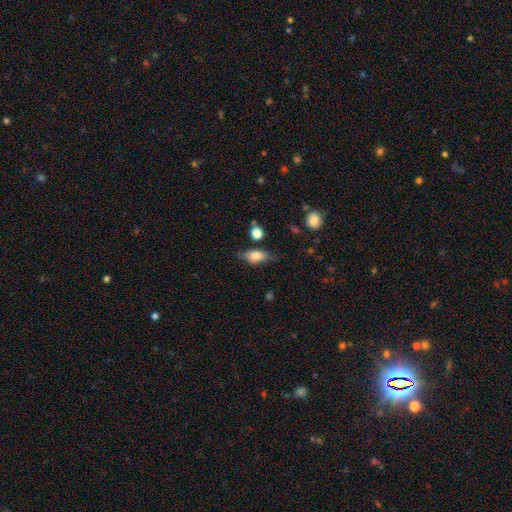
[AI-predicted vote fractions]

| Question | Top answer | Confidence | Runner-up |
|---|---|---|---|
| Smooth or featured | smooth | 72% | featured or disk (20%) |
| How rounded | in between | 79% | cigar-shaped (13%) |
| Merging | none | 65% | minor disturbance (24%) |